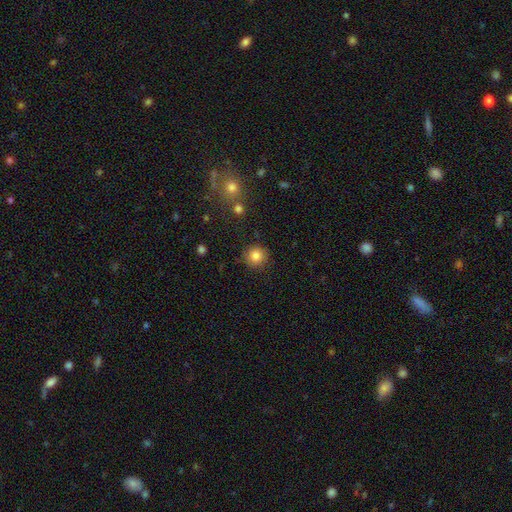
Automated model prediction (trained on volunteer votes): smooth 84%, star or artifact 10%, featured or disk 6%. Down the decision tree: how rounded — round (94%); merging — none (88%).